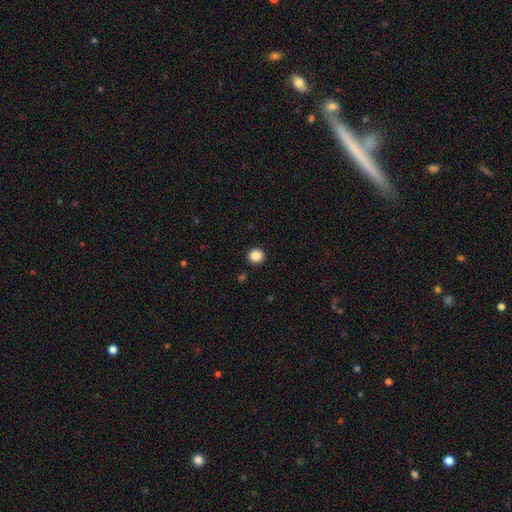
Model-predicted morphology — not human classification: Q: Smooth or featured?
A: smooth (87%); runner-up: star or artifact (10%)
Q: How rounded?
A: round (88%); runner-up: in between (12%)
Q: Merging?
A: none (92%); runner-up: minor disturbance (5%)